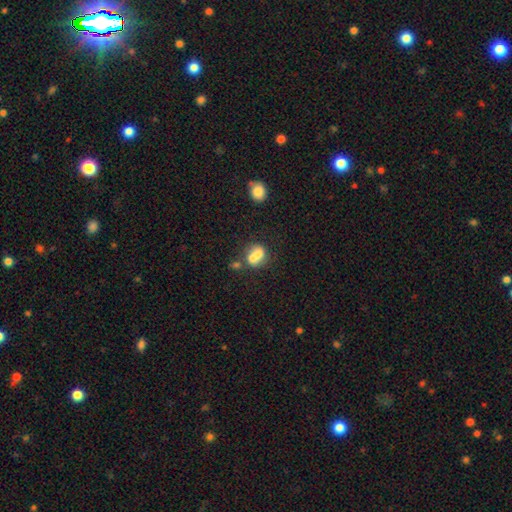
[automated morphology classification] A smooth galaxy with no disk features (67%) that is round (52%). Merging: merger (62%).